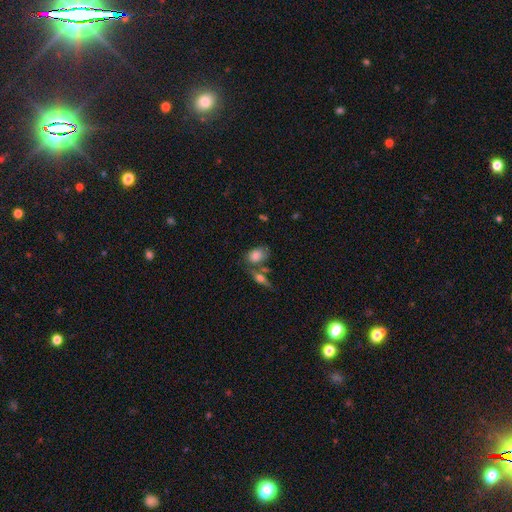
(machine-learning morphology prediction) A smooth galaxy with no disk features (76%) that is in between round and cigar-shaped (76%). Merging: none (46%).